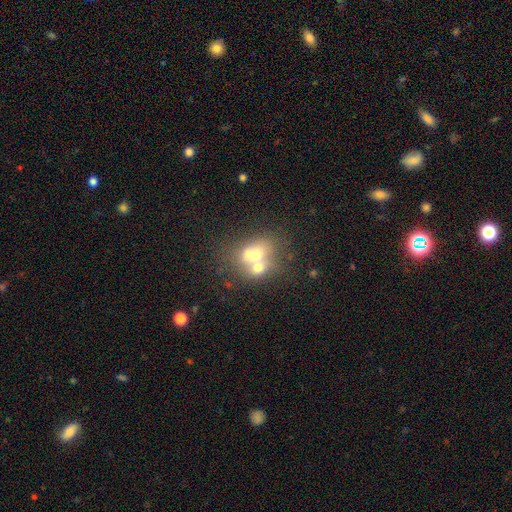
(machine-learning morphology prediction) smooth_or_featured: smooth (p=0.54) [alt: featured or disk p=0.33]
how_rounded: round (p=0.51) [alt: in between p=0.47]
merging: merger (p=0.63) [alt: none p=0.24]